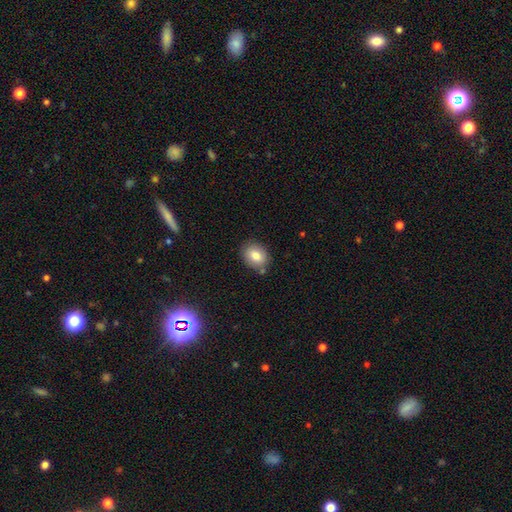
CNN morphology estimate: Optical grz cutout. It shows a smooth galaxy with no disk features (82%) that is in between round and cigar-shaped (65%). Merging: none (79%).